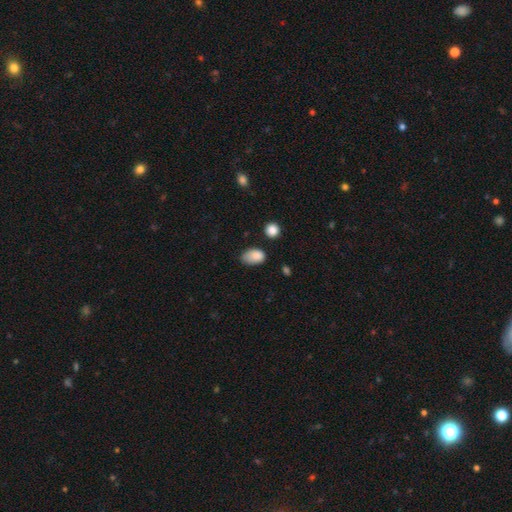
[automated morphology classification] smooth-or-featured: smooth: 85% | star or artifact: 9% | featured or disk: 6%
  how-rounded: in between: 87% | round: 12% | cigar-shaped: 1%
  merging: none: 50% | minor disturbance: 38% | major disturbance: 9% | merger: 3%